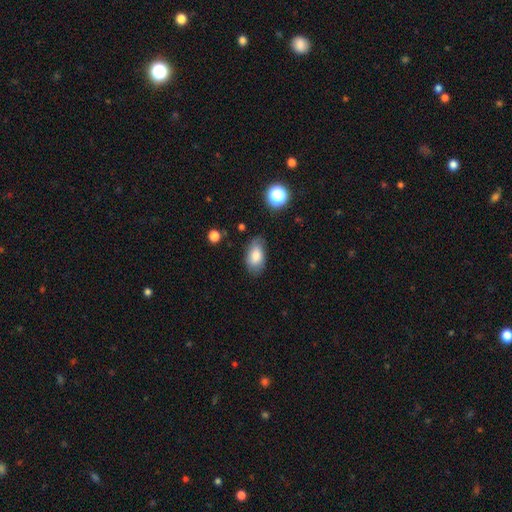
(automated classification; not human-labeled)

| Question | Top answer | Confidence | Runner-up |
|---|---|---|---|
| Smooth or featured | smooth | 81% | featured or disk (11%) |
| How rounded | in between | 92% | round (6%) |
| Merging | none | 75% | minor disturbance (20%) |